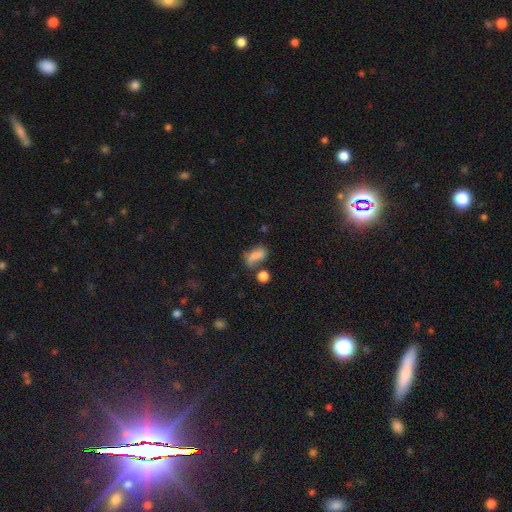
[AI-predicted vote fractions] Morphology: type=smooth (68%); roundness=in between (82%); merging=none (36%).